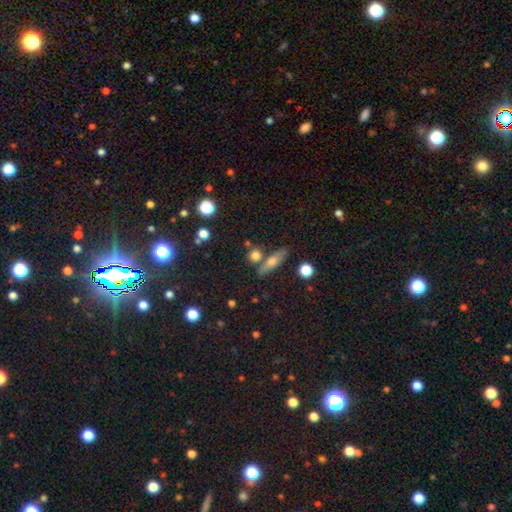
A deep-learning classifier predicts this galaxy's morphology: Q: Smooth or featured?
A: smooth (72%); runner-up: featured or disk (16%)
Q: How rounded?
A: round (53%); runner-up: in between (24%)
Q: Merging?
A: none (69%); runner-up: merger (17%)